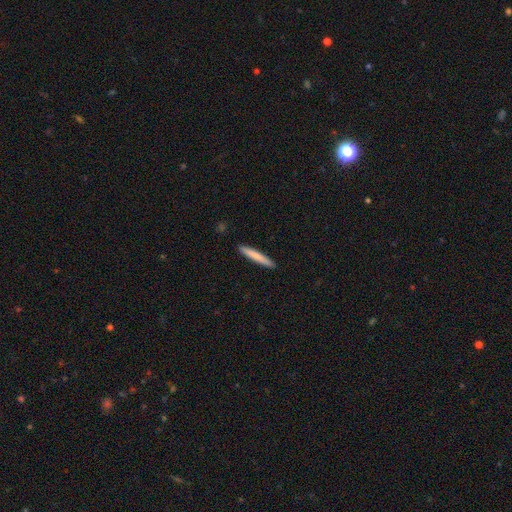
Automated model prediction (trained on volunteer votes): The model was most divided on "smooth or featured": smooth: 76%, featured or disk: 19%, star or artifact: 5%. More confident: how rounded — cigar-shaped (95%); merging — none (92%).